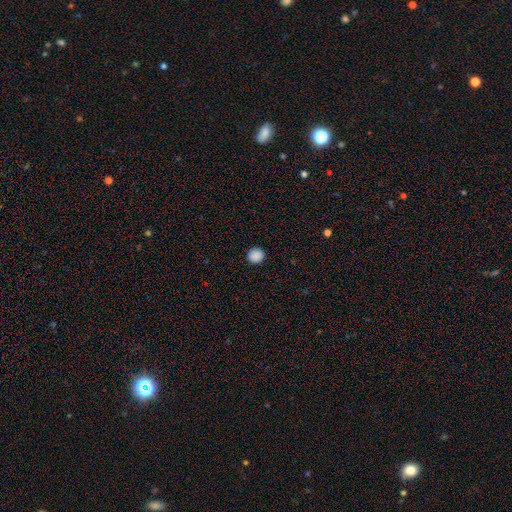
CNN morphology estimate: smooth 88%, star or artifact 9%, featured or disk 2%. Down the decision tree: how rounded — round (90%); merging — none (92%).